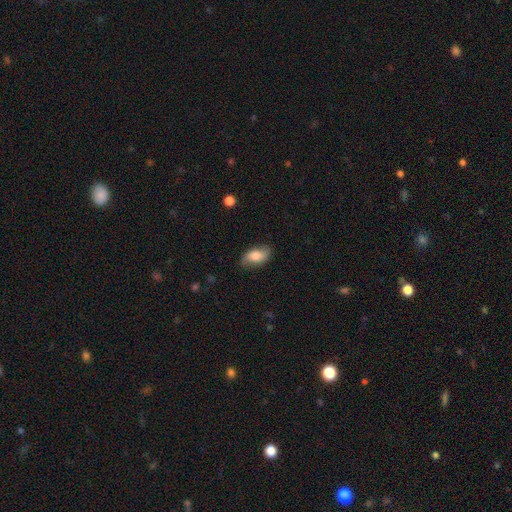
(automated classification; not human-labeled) This appears to be a smooth galaxy with no disk features (64%) that is in between round and cigar-shaped (90%). Merging: none (76%).